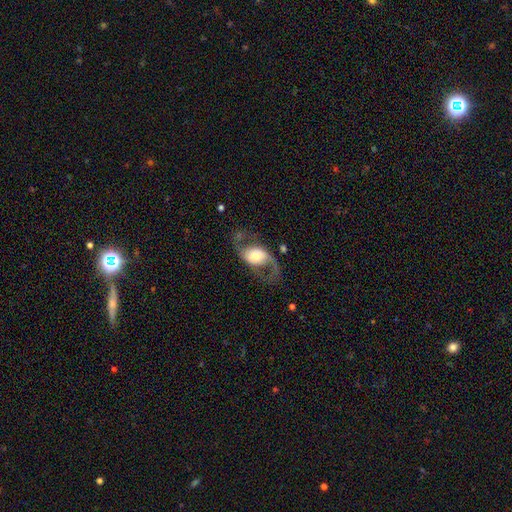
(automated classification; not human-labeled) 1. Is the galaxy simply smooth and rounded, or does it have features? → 77% featured or disk, 17% smooth, 6% star or artifact.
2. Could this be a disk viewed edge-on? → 95% no, 5% yes.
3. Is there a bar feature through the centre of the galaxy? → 58% no, 28% weak, 14% strong.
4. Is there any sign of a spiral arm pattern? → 91% yes, 9% no.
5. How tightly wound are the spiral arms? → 65% loose, 29% medium, 6% tight.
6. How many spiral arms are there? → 89% 2, 5% 1, 3% can't tell, 1% 3, 1% 4, 1% more than 4.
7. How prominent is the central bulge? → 47% moderate, 23% small, 21% large, 7% dominant, 2% none.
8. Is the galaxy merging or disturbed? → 63% none, 19% major disturbance, 16% minor disturbance, 2% merger.